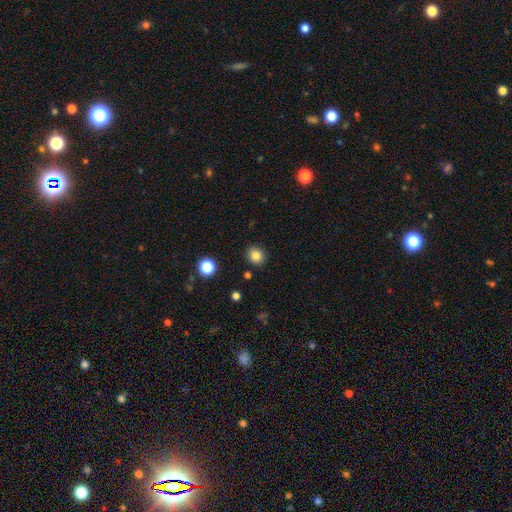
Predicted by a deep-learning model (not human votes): smooth 84%, star or artifact 11%, featured or disk 5%. Down the decision tree: how rounded — round (75%); merging — none (89%).